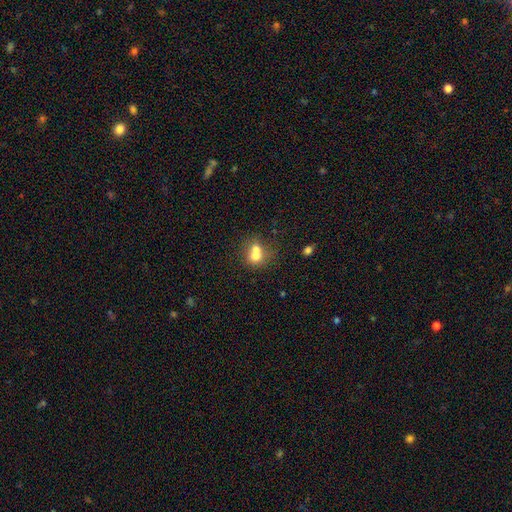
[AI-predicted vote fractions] Morphology: type=smooth (68%); roundness=round (66%); merging=merger (62%).